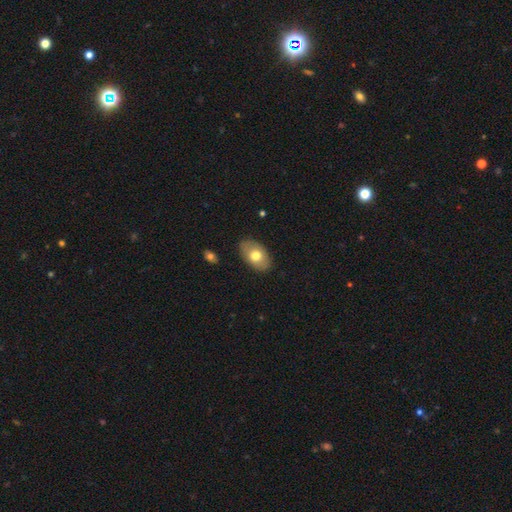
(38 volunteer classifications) Smooth or featured? smooth (74%)
How rounded? in between (89%)
Merging? none (91%)